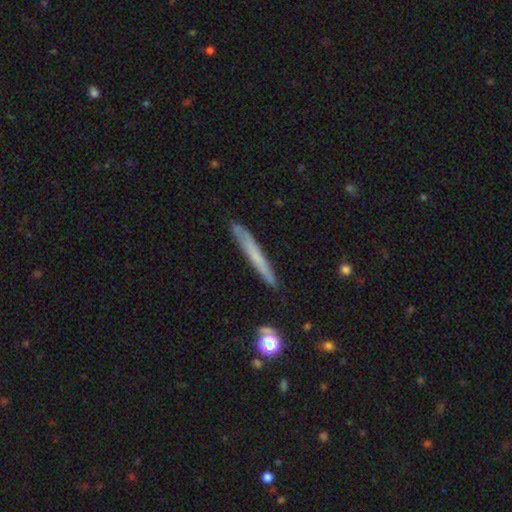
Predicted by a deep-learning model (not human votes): smooth 58%, featured or disk 35%, star or artifact 7%. Down the decision tree: how rounded — cigar-shaped (96%); merging — none (86%).